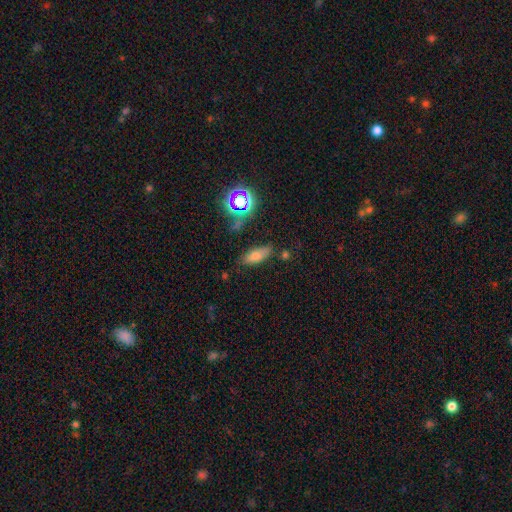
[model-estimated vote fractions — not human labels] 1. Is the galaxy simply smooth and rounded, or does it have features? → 65% smooth, 18% star or artifact, 17% featured or disk.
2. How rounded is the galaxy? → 73% in between, 22% cigar-shaped, 5% round.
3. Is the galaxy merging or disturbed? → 74% none, 17% minor disturbance, 5% merger, 5% major disturbance.